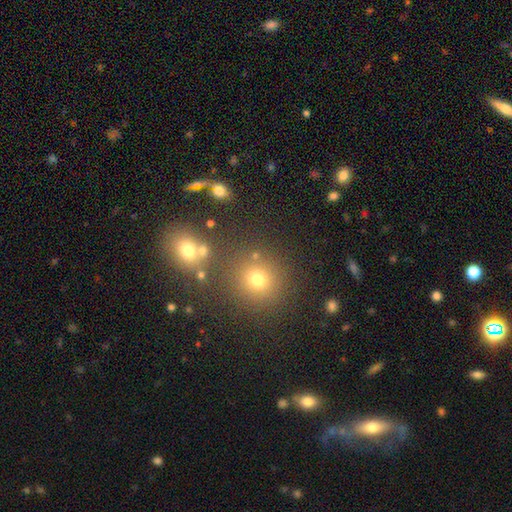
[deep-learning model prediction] A smooth galaxy with no disk features (68%) that is round (88%).

Vote fractions:
- Smooth or featured? smooth: 68% / star or artifact: 24% / featured or disk: 9%
- How rounded? round: 88% / in between: 10% / cigar-shaped: 1%
- Merging? none: 78% / merger: 9% / minor disturbance: 8% / major disturbance: 4%